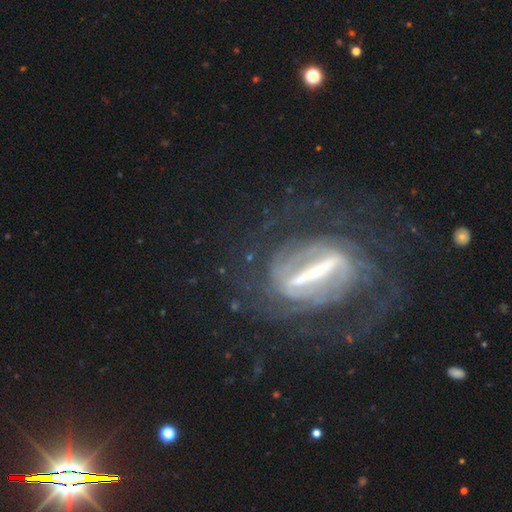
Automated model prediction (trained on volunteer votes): Smooth or featured?
  - featured or disk: 81% *
  - star or artifact: 10%
  - smooth: 8%
Edge-on disk?
  - no: 73% *
  - yes: 27%
Bar?
  - strong: 84% *
  - weak: 11%
  - no: 5%
Spiral arms?
  - yes: 78% *
  - no: 22%
Bulge size?
  - small: 32% *
  - none: 28%
  - moderate: 23%
  - large: 13%
  - dominant: 4%
Merging?
  - none: 68% *
  - major disturbance: 16%
  - minor disturbance: 14%
  - merger: 2%